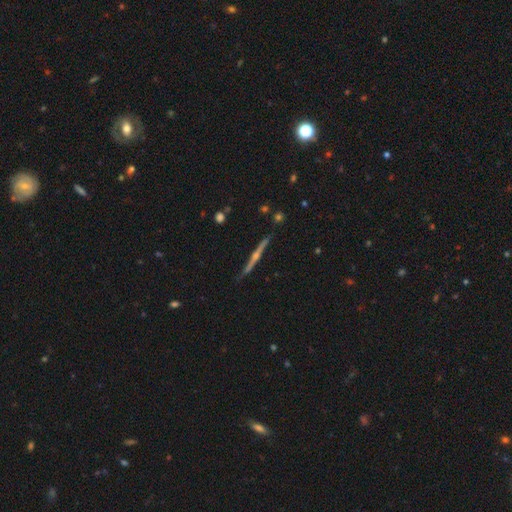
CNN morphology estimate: This appears to be a featured or disk galaxy (65%) viewed edge-on (92%) with a rounded central bulge (71%). Merging: none (82%).